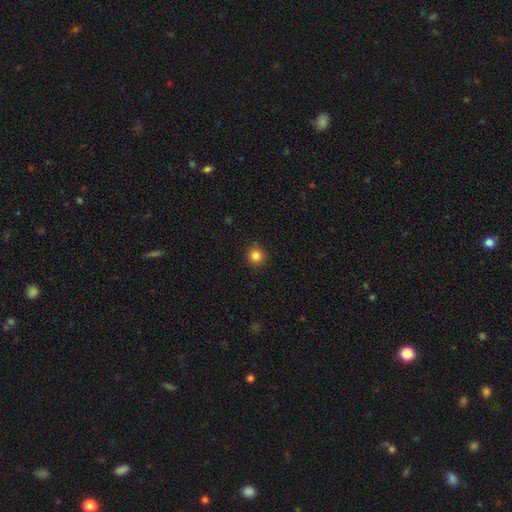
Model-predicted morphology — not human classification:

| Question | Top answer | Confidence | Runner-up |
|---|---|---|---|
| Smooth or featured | smooth | 84% | star or artifact (11%) |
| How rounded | round | 93% | in between (6%) |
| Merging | none | 91% | minor disturbance (6%) |